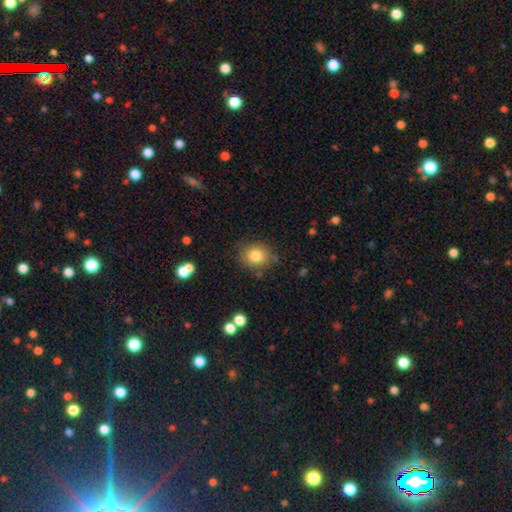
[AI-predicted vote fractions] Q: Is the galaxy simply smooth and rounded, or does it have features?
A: smooth — 81%.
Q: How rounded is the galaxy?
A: round — 72%.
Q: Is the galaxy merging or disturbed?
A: none — 81%.